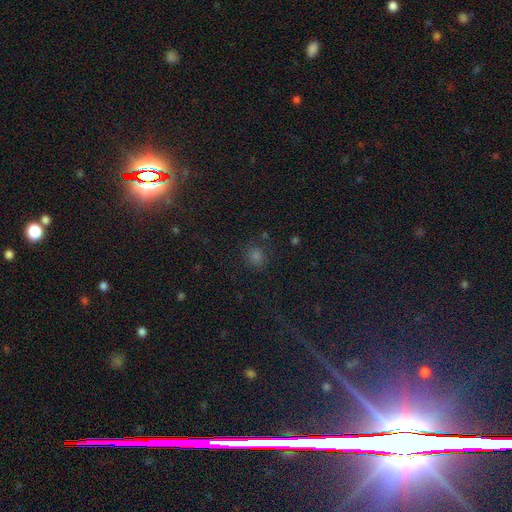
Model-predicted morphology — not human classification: Smooth or featured? smooth (60%)
How rounded? round (87%)
Merging? none (83%)